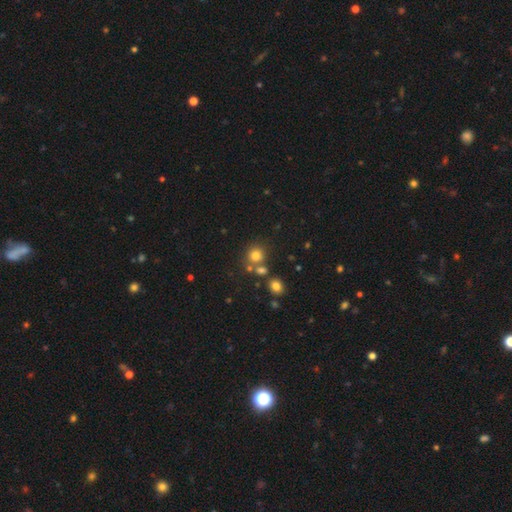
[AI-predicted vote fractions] smooth-or-featured: smooth: 76% | star or artifact: 16% | featured or disk: 8%
  how-rounded: round: 87% | in between: 12% | cigar-shaped: 1%
  merging: none: 67% | merger: 20% | minor disturbance: 9% | major disturbance: 4%